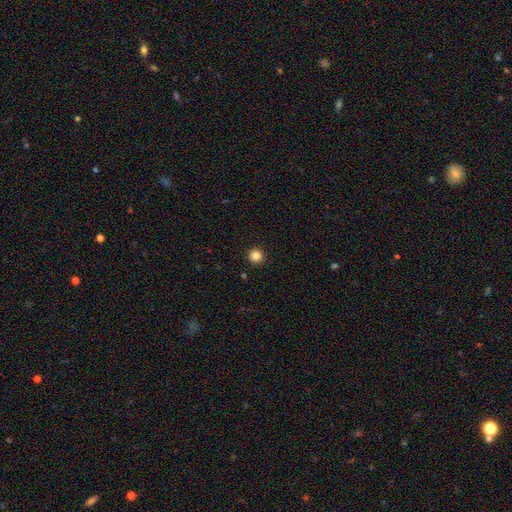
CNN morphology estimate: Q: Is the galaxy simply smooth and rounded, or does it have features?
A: smooth — 84%.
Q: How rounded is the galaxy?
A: round — 95%.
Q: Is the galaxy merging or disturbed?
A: none — 93%.